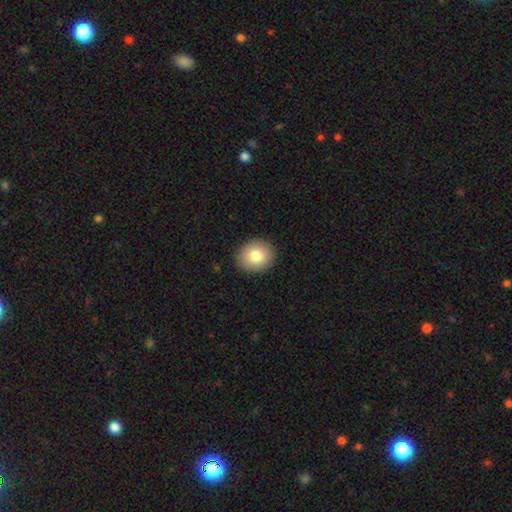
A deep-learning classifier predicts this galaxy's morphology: This appears to be a smooth galaxy with no disk features (82%) that is round (73%). Merging: none (91%).